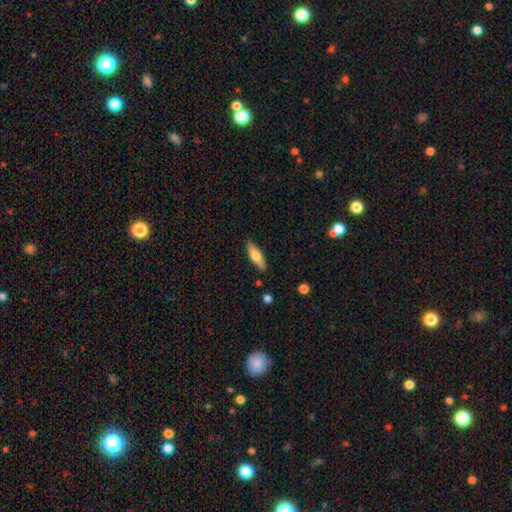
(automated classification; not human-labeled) Smooth or featured: smooth — 65% (featured or disk — 29%)
How rounded: in between — 55% (cigar-shaped — 43%)
Merging: none — 85% (minor disturbance — 11%)